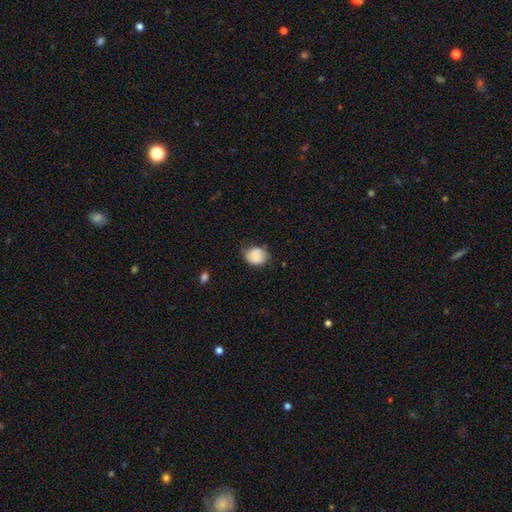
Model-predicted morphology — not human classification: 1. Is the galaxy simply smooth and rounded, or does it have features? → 74% smooth, 17% featured or disk, 9% star or artifact.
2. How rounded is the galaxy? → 58% round, 41% in between, 1% cigar-shaped.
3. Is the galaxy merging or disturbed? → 51% none, 36% minor disturbance, 11% major disturbance, 2% merger.